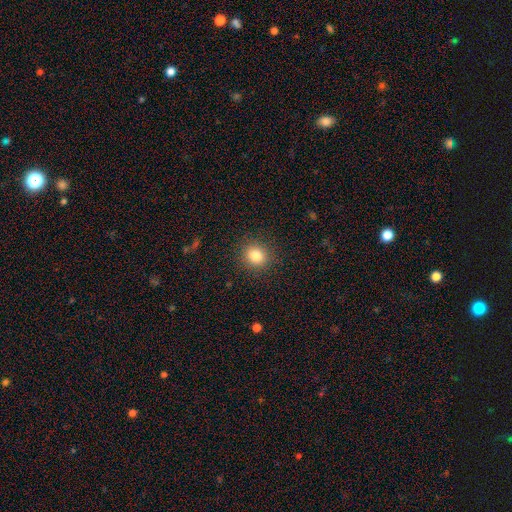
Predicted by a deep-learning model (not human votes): Smooth or featured? smooth (82%)
How rounded? round (85%)
Merging? none (90%)